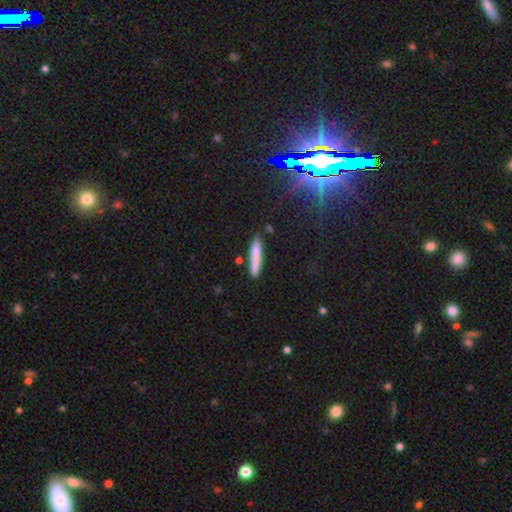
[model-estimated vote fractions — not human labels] smooth 69%, featured or disk 18%, star or artifact 13%. Down the decision tree: how rounded — cigar-shaped (93%); merging — none (85%).